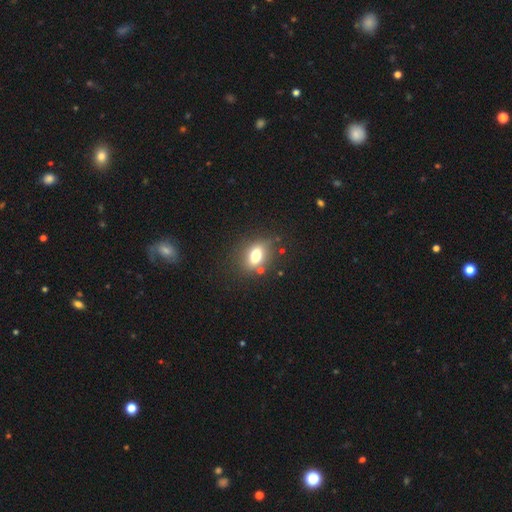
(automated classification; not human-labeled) Q: Smooth or featured?
A: smooth (73%); runner-up: featured or disk (16%)
Q: How rounded?
A: in between (75%); runner-up: round (21%)
Q: Merging?
A: none (75%); runner-up: minor disturbance (15%)